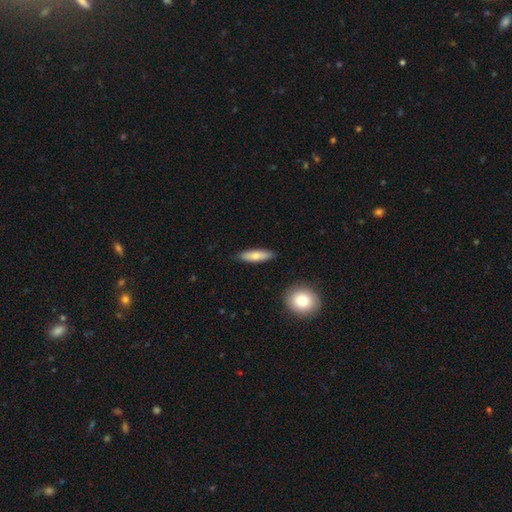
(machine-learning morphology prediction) smooth 74%, featured or disk 20%, star or artifact 6%. Down the decision tree: how rounded — cigar-shaped (53%); merging — none (86%).